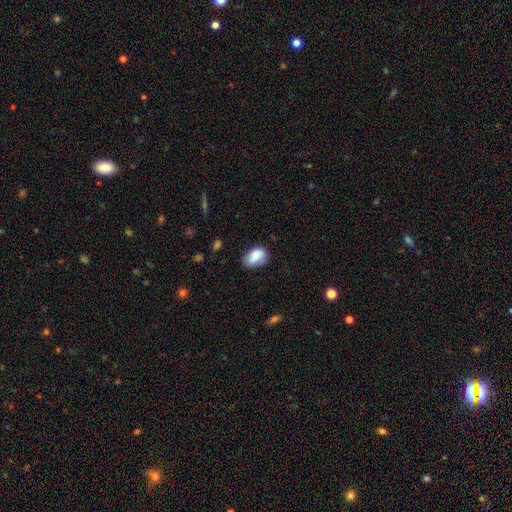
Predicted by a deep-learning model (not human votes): Overall: smooth (80%). How rounded: in between (85%). Merging: none (65%; minor disturbance 26%).